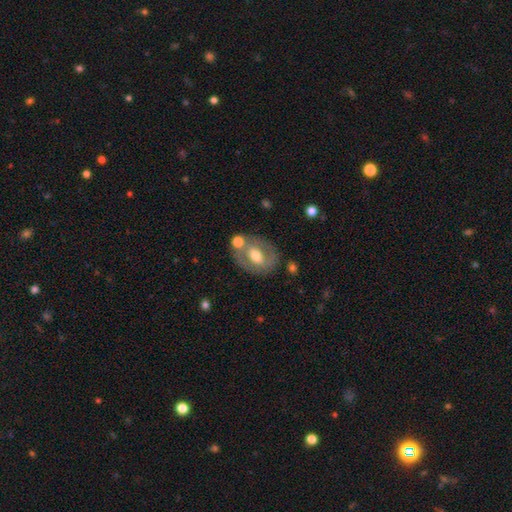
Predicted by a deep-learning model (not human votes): smooth_or_featured: featured or disk (p=0.50) [alt: smooth p=0.43]
merging: none (p=0.64) [alt: minor disturbance p=0.17]